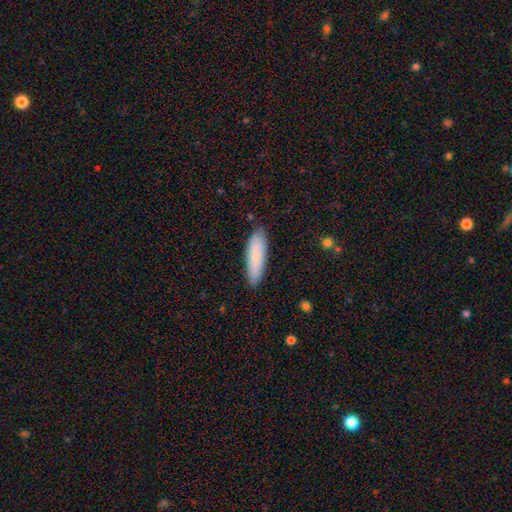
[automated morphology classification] smooth-or-featured: smooth: 79% | featured or disk: 15% | star or artifact: 6%
  how-rounded: cigar-shaped: 59% | in between: 40% | round: 2%
  merging: none: 86% | minor disturbance: 11% | major disturbance: 2% | merger: 1%